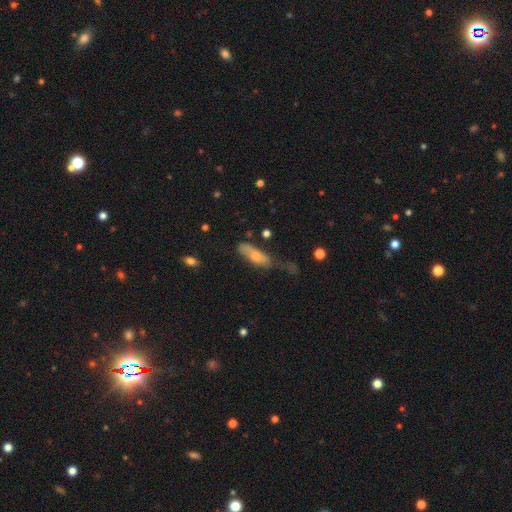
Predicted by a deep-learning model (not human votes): smooth 58%, featured or disk 33%, star or artifact 9%. Down the decision tree: how rounded — in between (53%); merging — none (36%).